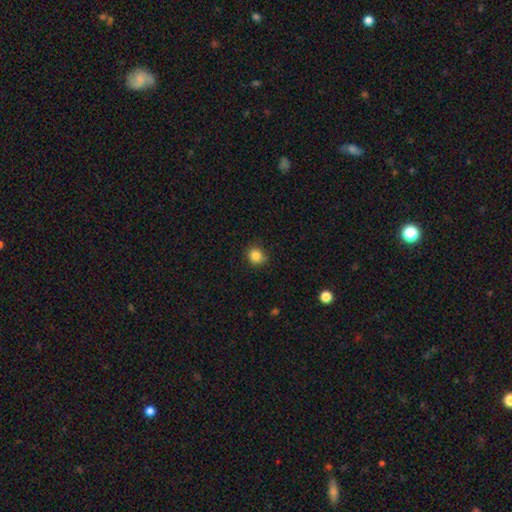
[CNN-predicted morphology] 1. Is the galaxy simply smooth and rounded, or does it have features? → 85% smooth, 11% star or artifact, 4% featured or disk.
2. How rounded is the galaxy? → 82% round, 18% in between, 1% cigar-shaped.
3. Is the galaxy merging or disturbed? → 82% none, 14% minor disturbance, 3% major disturbance, 1% merger.